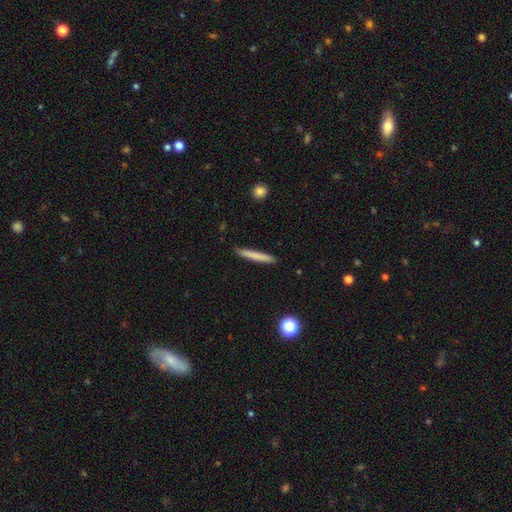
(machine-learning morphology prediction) smooth-or-featured: smooth: 74% | featured or disk: 20% | star or artifact: 6%
  how-rounded: cigar-shaped: 96% | in between: 3% | round: 1%
  merging: none: 91% | minor disturbance: 7% | major disturbance: 1% | merger: 1%